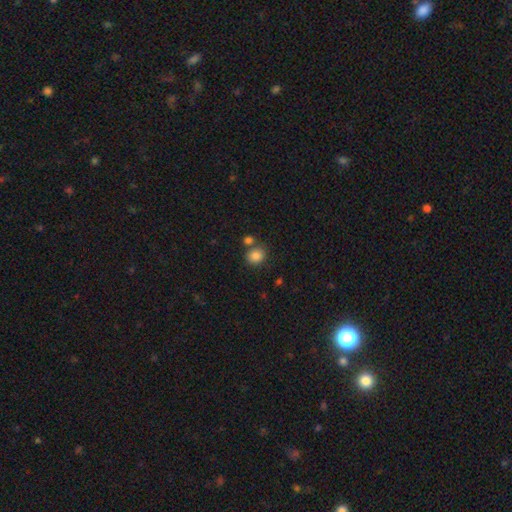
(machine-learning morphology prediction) This is clearly a smooth galaxy (85%). How rounded: likely round (70%). Merging: likely none (66%).